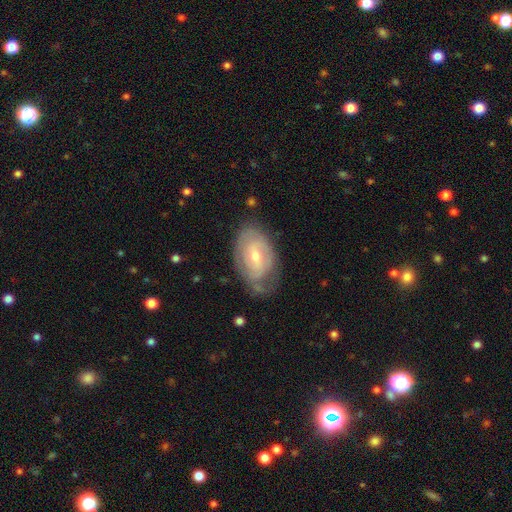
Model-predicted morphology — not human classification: Overall: featured or disk (70%). Edge-on disk: no (94%). Bar: no (45%; weak 44%). Spiral arms: yes (78%). Spiral arm count: can't tell (41%, tied with 2). Spiral winding: tight (60%; medium 29%). Bulge size: moderate (50%; small 47%). Merging: none (60%; minor disturbance 28%).